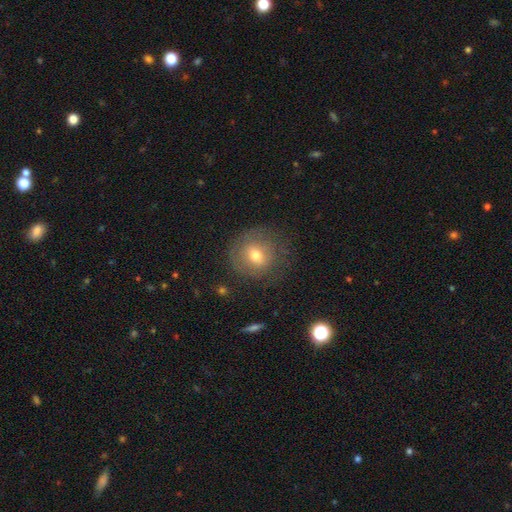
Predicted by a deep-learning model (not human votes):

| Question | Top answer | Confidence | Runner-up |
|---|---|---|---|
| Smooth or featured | smooth | 64% | featured or disk (26%) |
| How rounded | round | 86% | in between (13%) |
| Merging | none | 72% | minor disturbance (17%) |